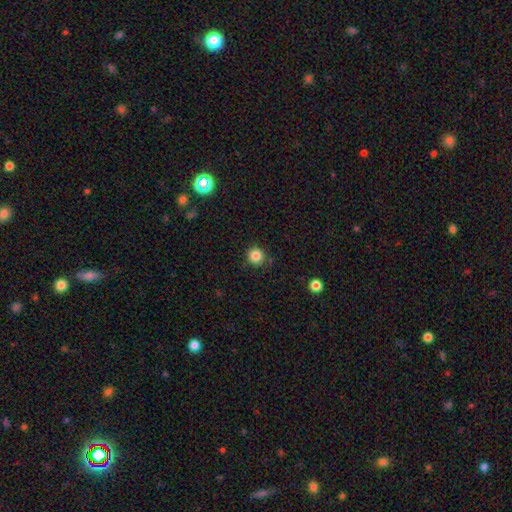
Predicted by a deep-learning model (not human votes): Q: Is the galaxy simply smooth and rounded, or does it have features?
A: smooth — 84%.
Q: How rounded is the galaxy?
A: round — 95%.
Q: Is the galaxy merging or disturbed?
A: none — 86%.